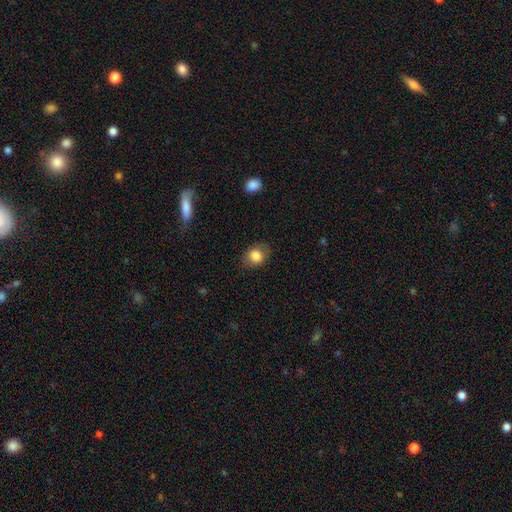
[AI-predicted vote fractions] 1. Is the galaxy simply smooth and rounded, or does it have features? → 81% smooth, 10% featured or disk, 9% star or artifact.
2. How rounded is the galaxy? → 55% in between, 44% round, 1% cigar-shaped.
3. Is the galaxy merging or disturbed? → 79% none, 15% minor disturbance, 5% major disturbance, 1% merger.